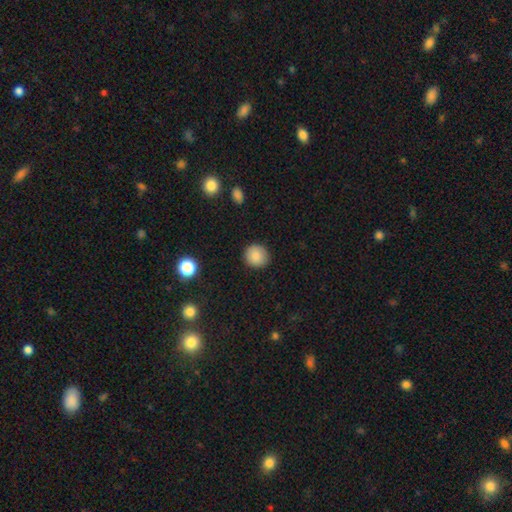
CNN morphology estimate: Q: Smooth or featured?
A: smooth (85%); runner-up: star or artifact (9%)
Q: How rounded?
A: round (90%); runner-up: in between (9%)
Q: Merging?
A: none (89%); runner-up: minor disturbance (8%)